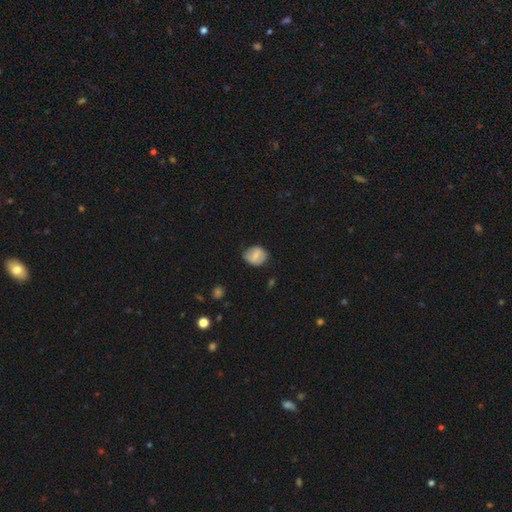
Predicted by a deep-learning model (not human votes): smooth_or_featured: smooth (p=0.59) [alt: featured or disk p=0.34]
how_rounded: round (p=0.58) [alt: in between p=0.41]
merging: none (p=0.72) [alt: minor disturbance p=0.21]